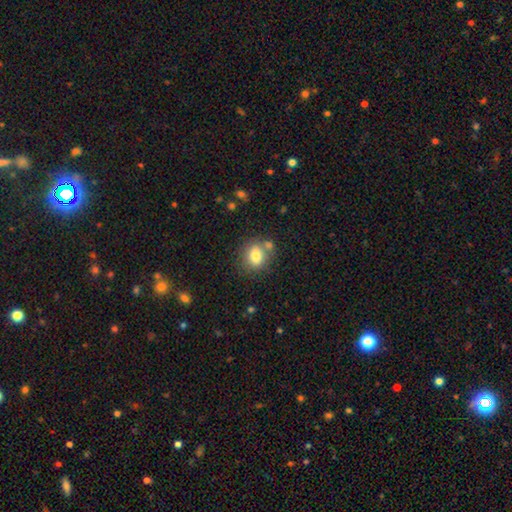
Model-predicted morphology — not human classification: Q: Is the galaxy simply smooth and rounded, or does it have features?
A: smooth — 79%.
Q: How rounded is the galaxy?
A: in between — 52%.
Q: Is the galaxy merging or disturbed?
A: none — 66%.